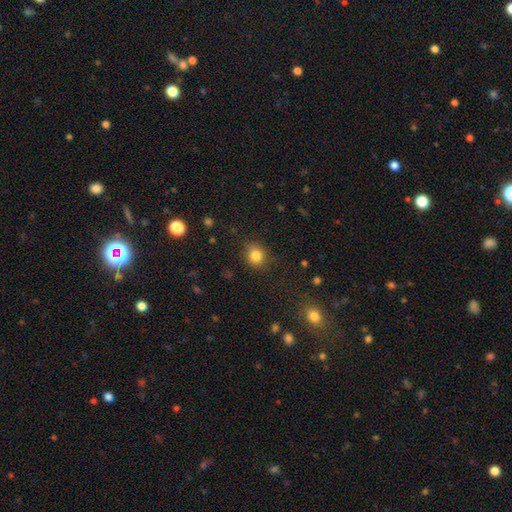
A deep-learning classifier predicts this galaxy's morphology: This is clearly a smooth galaxy (83%). How rounded: likely round (73%). Merging: clearly none (83%).